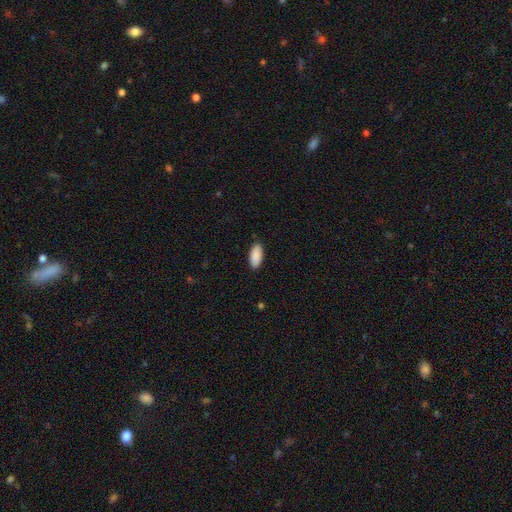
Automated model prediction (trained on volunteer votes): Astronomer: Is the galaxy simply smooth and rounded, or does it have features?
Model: smooth — 90%.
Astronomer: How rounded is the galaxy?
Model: in between — 89%.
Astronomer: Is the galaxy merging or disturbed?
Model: none — 88%.